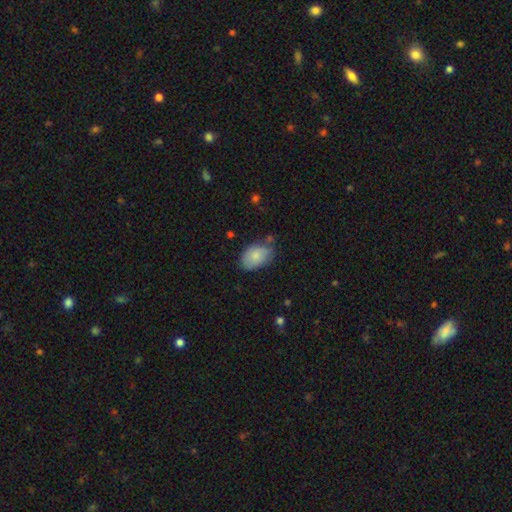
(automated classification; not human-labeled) smooth-or-featured: smooth: 80% | featured or disk: 13% | star or artifact: 6%
  how-rounded: in between: 89% | round: 10% | cigar-shaped: 1%
  merging: none: 64% | minor disturbance: 26% | major disturbance: 6% | merger: 4%